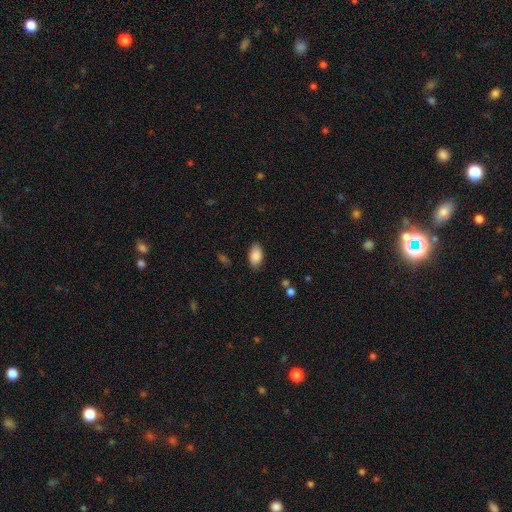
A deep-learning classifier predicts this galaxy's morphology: smooth-or-featured: smooth: 88% | star or artifact: 7% | featured or disk: 5%
  how-rounded: in between: 94% | round: 4% | cigar-shaped: 2%
  merging: none: 84% | minor disturbance: 12% | major disturbance: 3% | merger: 1%